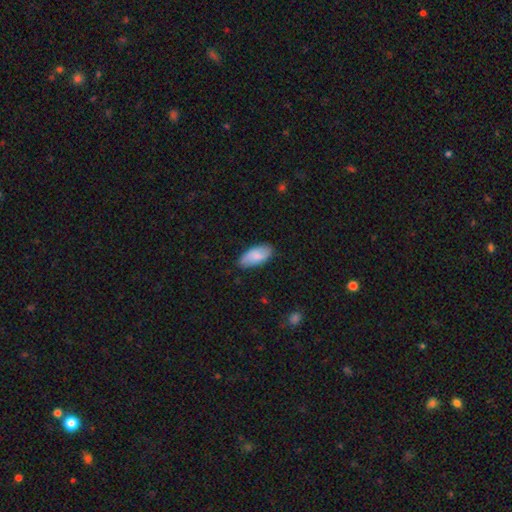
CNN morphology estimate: This appears to be a smooth galaxy with no disk features (76%) that is in between round and cigar-shaped (92%). Merging: none (80%).